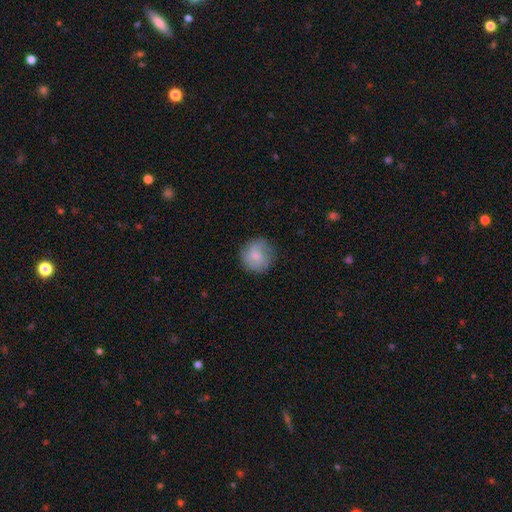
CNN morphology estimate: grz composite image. It shows a smooth galaxy with no disk features (75%) that is round (91%). Merging: none (76%).